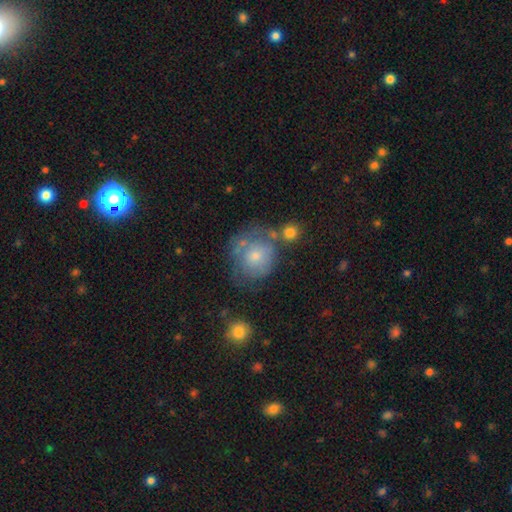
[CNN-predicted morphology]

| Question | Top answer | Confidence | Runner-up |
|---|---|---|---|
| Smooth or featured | smooth | 56% | featured or disk (35%) |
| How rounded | round | 79% | in between (21%) |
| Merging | none | 46% | minor disturbance (25%) |